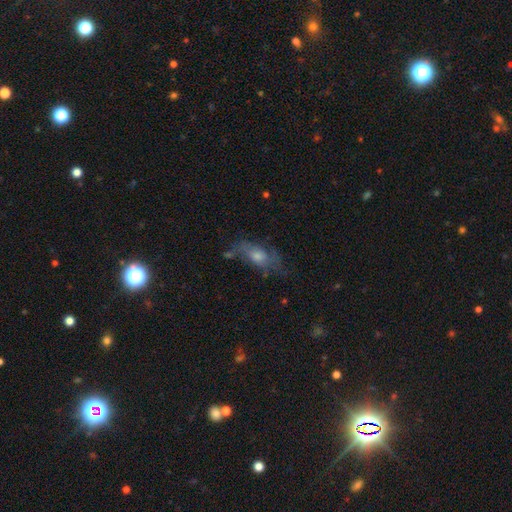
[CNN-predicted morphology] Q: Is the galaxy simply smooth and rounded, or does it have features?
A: featured or disk — 47%.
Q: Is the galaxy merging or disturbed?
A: none — 56%.